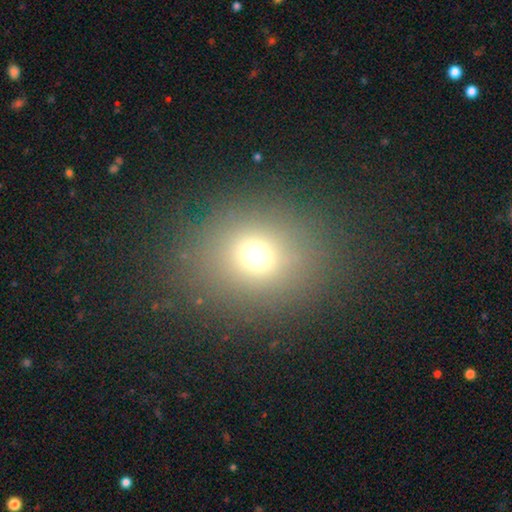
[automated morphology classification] Smooth or featured?
  - smooth: 68% *
  - star or artifact: 21%
  - featured or disk: 11%
How rounded?
  - round: 68% *
  - in between: 31%
  - cigar-shaped: 1%
Merging?
  - none: 85% *
  - minor disturbance: 9%
  - major disturbance: 5%
  - merger: 1%